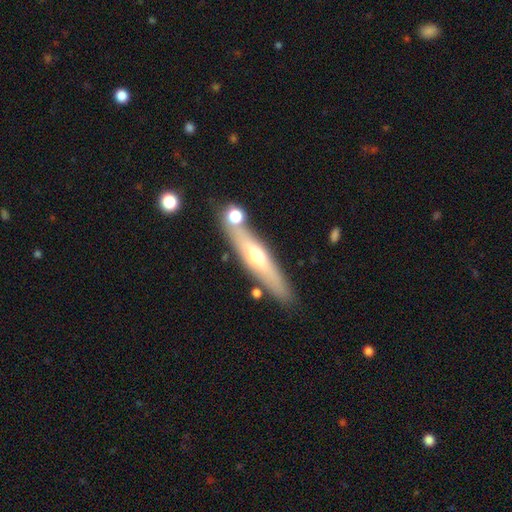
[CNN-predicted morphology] Smooth or featured? featured or disk (53%)
Edge-on disk? yes (84%)
Merging? none (77%)